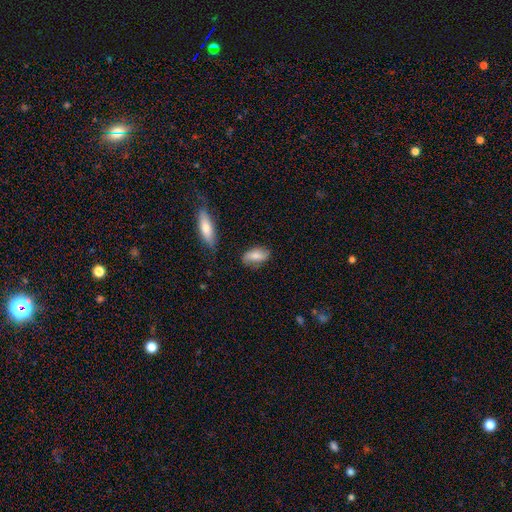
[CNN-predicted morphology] This is likely a smooth galaxy (70%). How rounded: clearly in between (87%). Merging: likely none (70%).